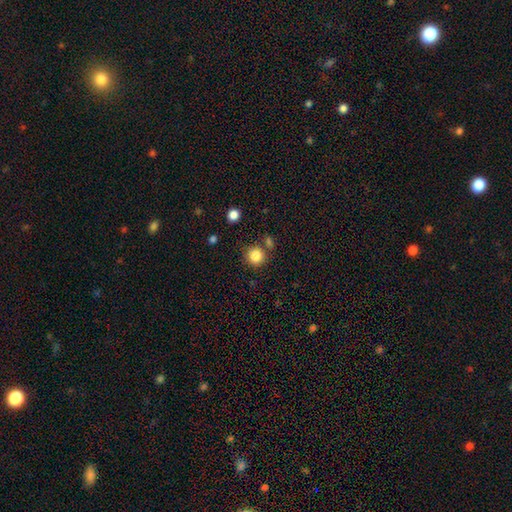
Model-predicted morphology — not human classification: Smooth or featured?
  - smooth: 86% *
  - star or artifact: 10%
  - featured or disk: 4%
How rounded?
  - round: 92% *
  - in between: 7%
  - cigar-shaped: 1%
Merging?
  - none: 77% *
  - merger: 10%
  - minor disturbance: 9%
  - major disturbance: 3%